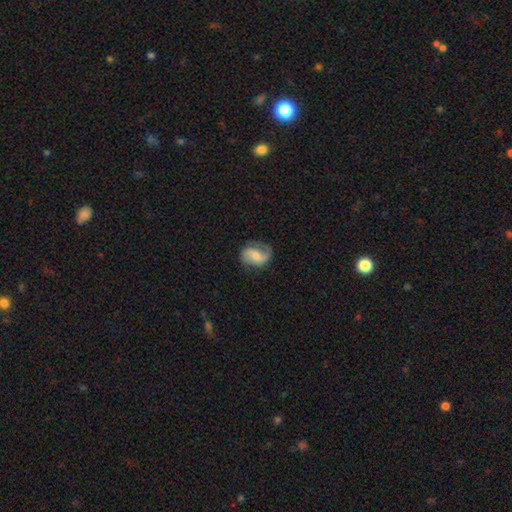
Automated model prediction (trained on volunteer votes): A featured or disk galaxy (68%) with a weak bar (43%), 2 (69%) medium (43%) spiral arms (92%) and a moderate central bulge (47%). Merging: none (65%).